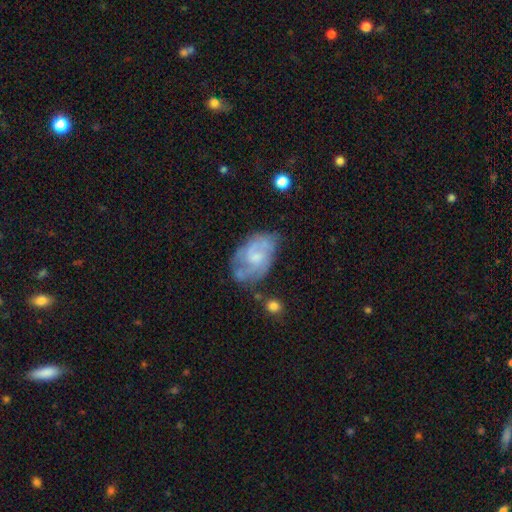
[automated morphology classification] A featured or disk galaxy (71%) with no bar (58%), 2 (46%) medium (46%) spiral arms (85%) and a small central bulge (40%).

Vote fractions:
- Smooth or featured? featured or disk: 71% / smooth: 23% / star or artifact: 7%
- Edge-on disk? no: 97% / yes: 3%
- Bar? no: 58% / weak: 37% / strong: 5%
- Spiral arms? yes: 85% / no: 15%
- Spiral winding? medium: 46% / tight: 37% / loose: 17%
- Spiral arm count? 2: 46% / can't tell: 29% / 3: 15% / 1: 4% / 4: 4% / more than 4: 3%
- Bulge size? small: 40% / moderate: 35% / none: 20% / large: 4% / dominant: 1%
- Merging? none: 59% / minor disturbance: 25% / major disturbance: 11% / merger: 5%